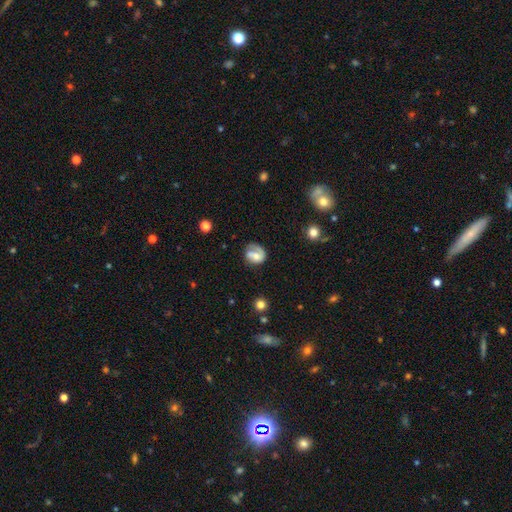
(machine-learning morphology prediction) This is possibly a featured or disk galaxy (58%). It is clearly not viewed edge-on (98%). Bar: possibly no (53%). Spiral arm pattern: clearly yes (81%). Central bulge: marginally moderate (44%). Merging: possibly none (52%).